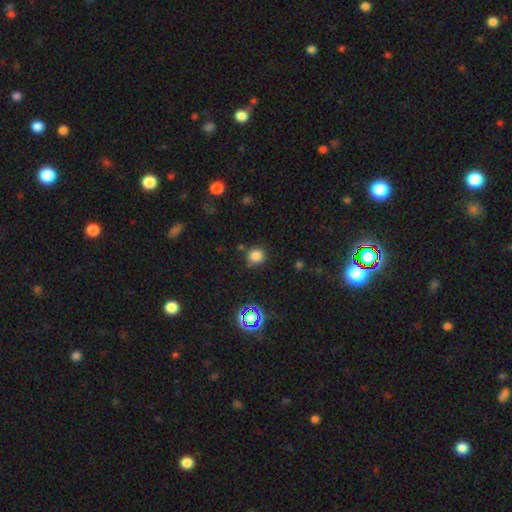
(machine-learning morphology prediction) A smooth galaxy with no disk features (78%) that is round (89%).

Vote fractions:
- Smooth or featured? smooth: 78% / star or artifact: 17% / featured or disk: 5%
- How rounded? round: 89% / in between: 10% / cigar-shaped: 1%
- Merging? none: 82% / minor disturbance: 11% / merger: 4% / major disturbance: 3%